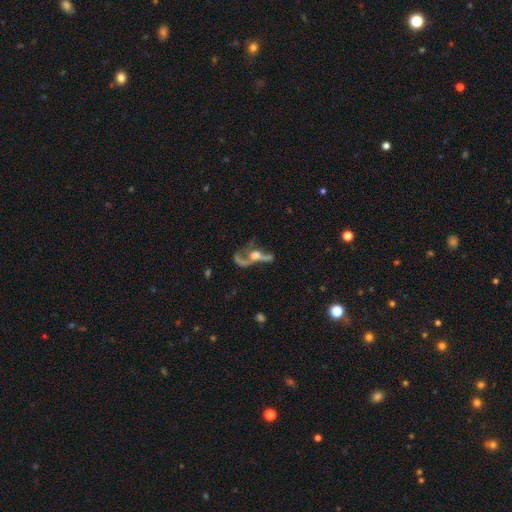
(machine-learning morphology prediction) This appears to be a featured or disk galaxy (63%). Merging: major disturbance (43%).